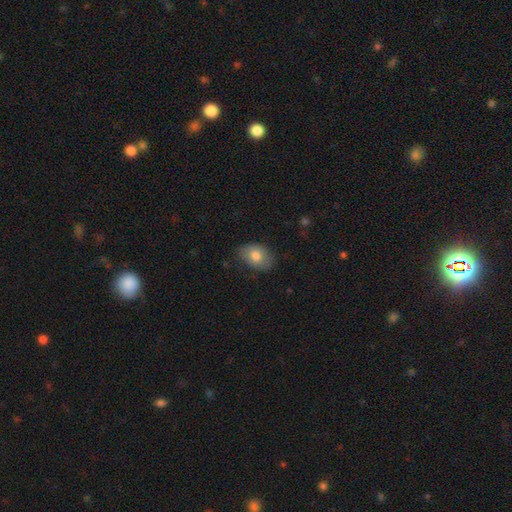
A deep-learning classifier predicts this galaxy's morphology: Smooth or featured? smooth (75%)
How rounded? in between (80%)
Merging? none (76%)